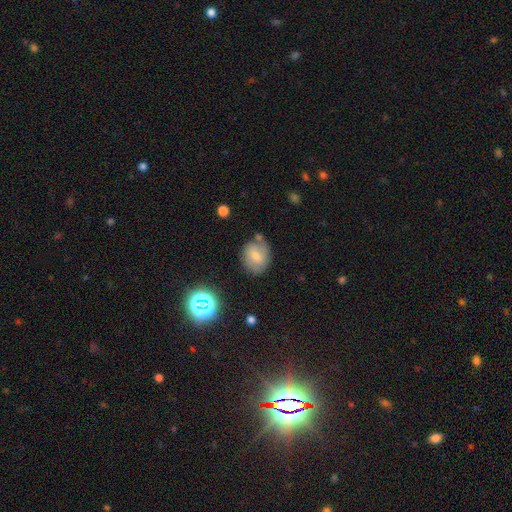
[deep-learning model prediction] Smooth or featured? smooth (65%)
How rounded? round (56%)
Merging? none (65%)